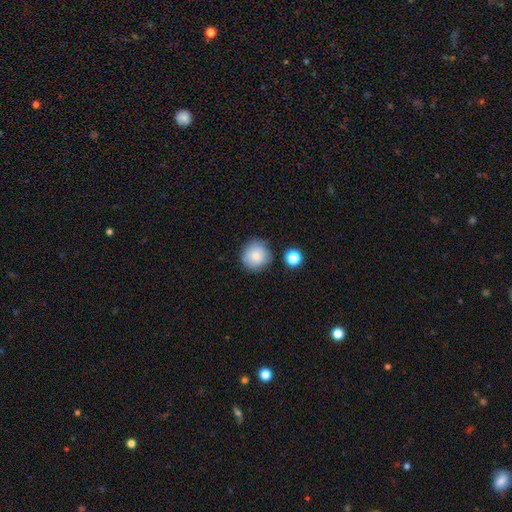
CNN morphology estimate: This appears to be a smooth galaxy with no disk features (83%) that is round (92%). Merging: none (78%).